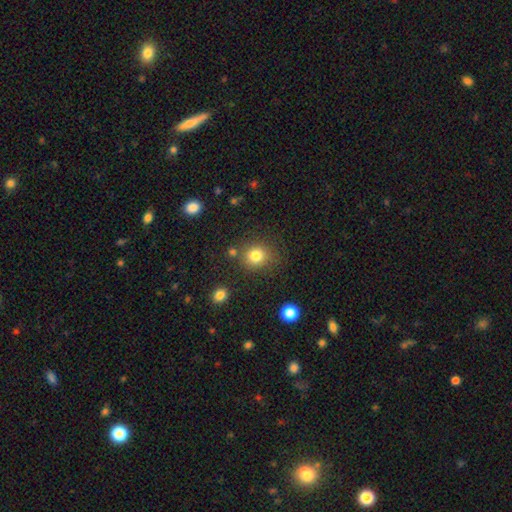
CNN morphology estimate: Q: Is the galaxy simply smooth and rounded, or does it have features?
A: smooth — 80%.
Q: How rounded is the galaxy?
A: round — 80%.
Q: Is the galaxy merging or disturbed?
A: none — 76%.